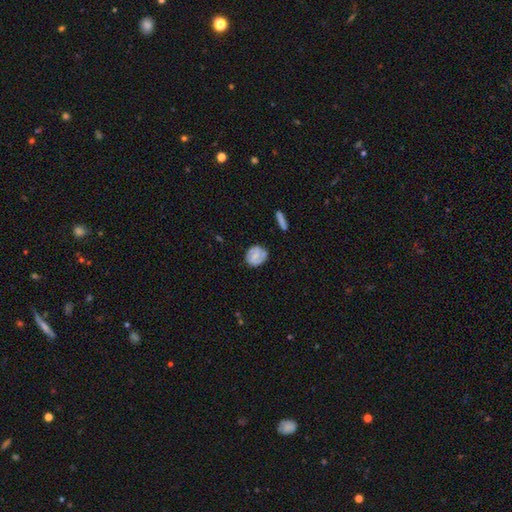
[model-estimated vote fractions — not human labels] Morphology: type=smooth (49%); merging=none (72%).